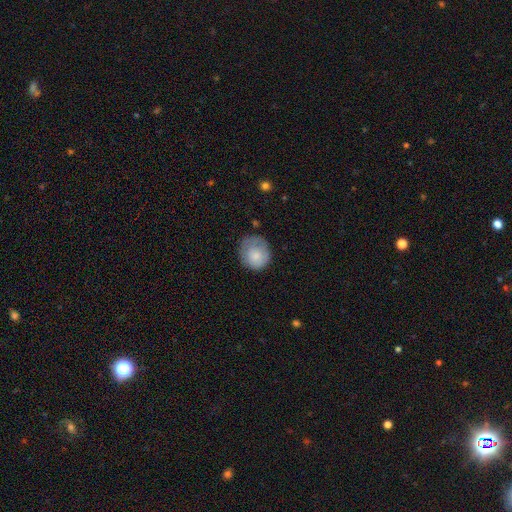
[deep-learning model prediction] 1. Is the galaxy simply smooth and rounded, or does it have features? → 76% smooth, 18% featured or disk, 7% star or artifact.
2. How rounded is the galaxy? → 82% round, 17% in between, 1% cigar-shaped.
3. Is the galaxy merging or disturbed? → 63% none, 26% minor disturbance, 10% major disturbance, 2% merger.